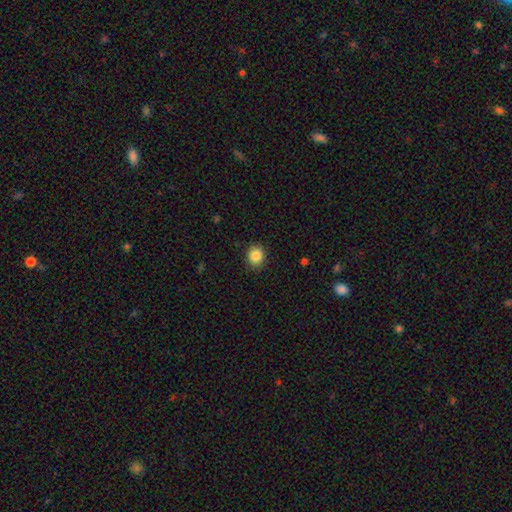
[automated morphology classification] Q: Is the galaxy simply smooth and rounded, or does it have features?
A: smooth — 87%.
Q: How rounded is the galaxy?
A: round — 70%.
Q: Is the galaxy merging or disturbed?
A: none — 89%.